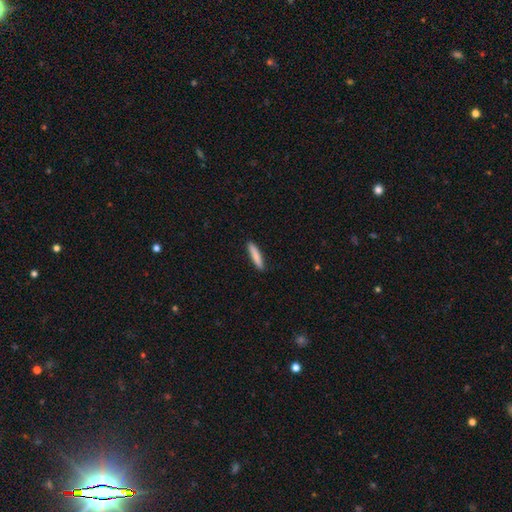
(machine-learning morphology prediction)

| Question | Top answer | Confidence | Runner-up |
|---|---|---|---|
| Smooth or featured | smooth | 85% | featured or disk (9%) |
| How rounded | cigar-shaped | 90% | in between (9%) |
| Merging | none | 90% | minor disturbance (7%) |